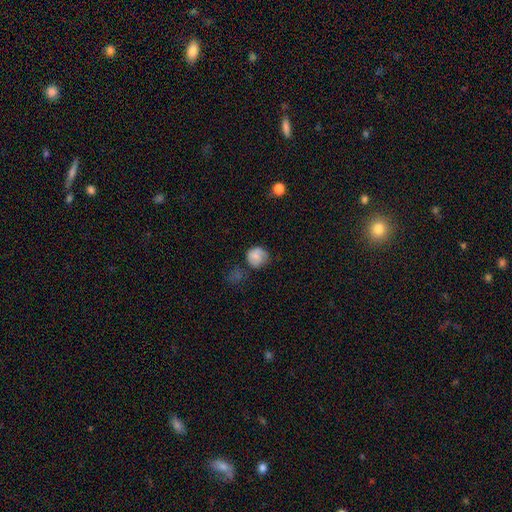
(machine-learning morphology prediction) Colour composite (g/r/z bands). It shows a smooth galaxy with no disk features (73%) that is round (79%). Merging: none (57%).